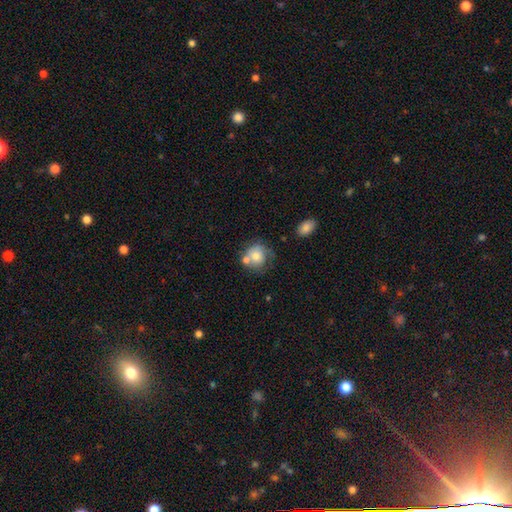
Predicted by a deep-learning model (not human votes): Morphology: type=smooth (65%); roundness=round (78%); merging=none (42%).